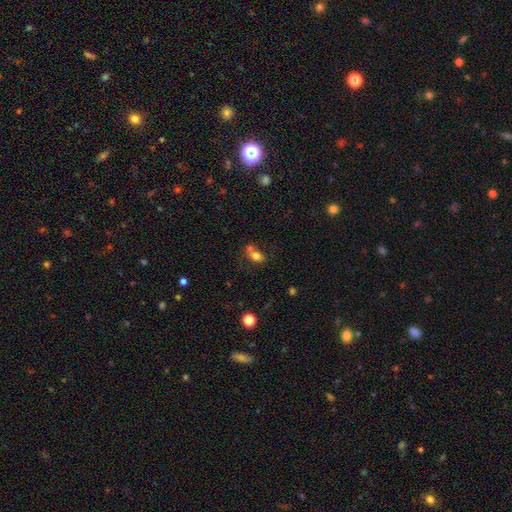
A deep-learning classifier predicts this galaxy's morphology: The model was most divided on "merging": merger: 42%, none: 39%, minor disturbance: 13%, major disturbance: 6%. More confident: smooth or featured — smooth (76%); how rounded — in between (72%).